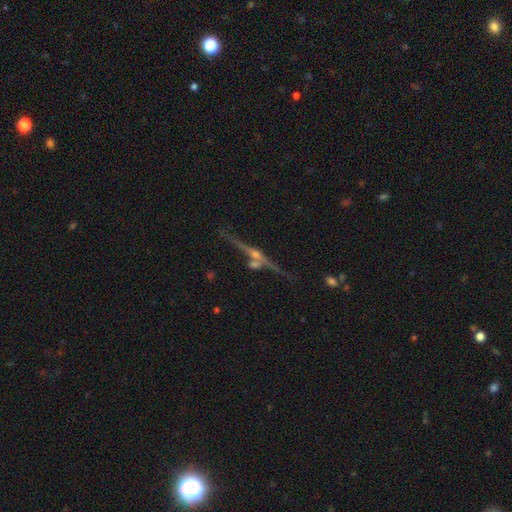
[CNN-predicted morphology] Smooth or featured: featured or disk — 80% (smooth — 10%)
Edge-on disk: yes — 95% (no — 5%)
Edge-on bulge: rounded — 85% (boxy — 8%)
Merging: none — 69% (merger — 15%)